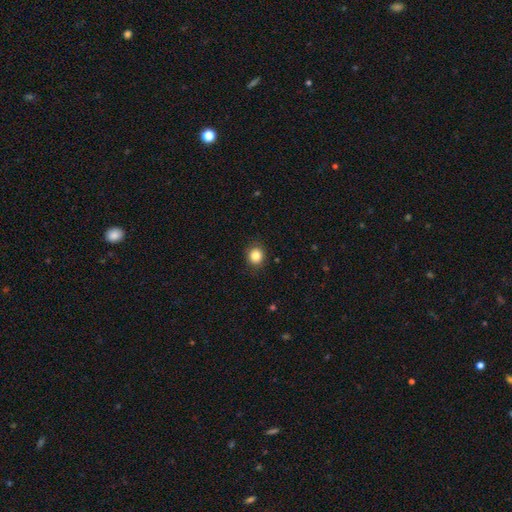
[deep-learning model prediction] Overall: smooth (84%). How rounded: round (82%). Merging: none (88%).